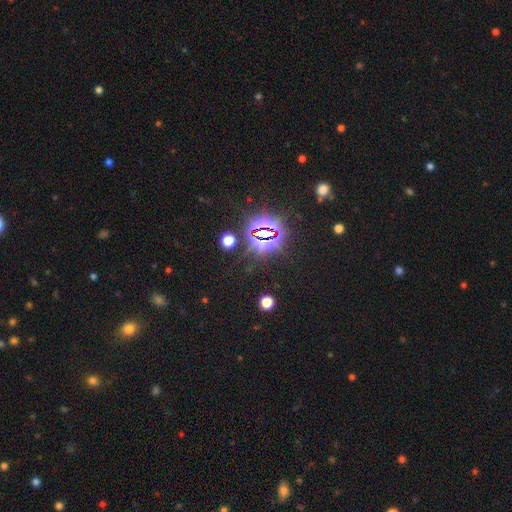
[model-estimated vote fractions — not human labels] Smooth or featured? Predicted: star or artifact (p=0.82).